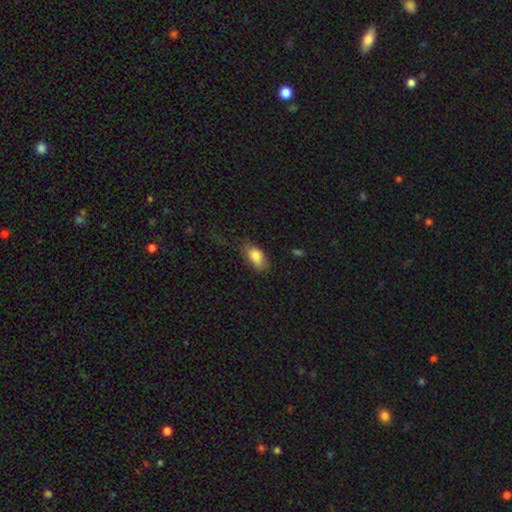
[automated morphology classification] Smooth or featured? Predicted: smooth (p=0.82). How rounded? Predicted: in between (p=0.90). Merging? Predicted: none (p=0.57).